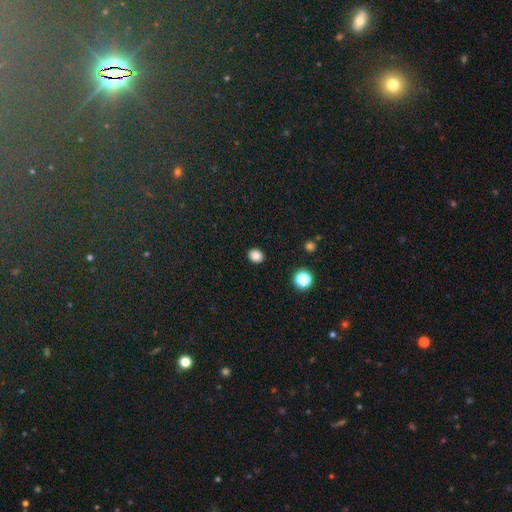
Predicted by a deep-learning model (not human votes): Q: Smooth or featured?
A: smooth (85%); runner-up: star or artifact (12%)
Q: How rounded?
A: round (69%); runner-up: in between (30%)
Q: Merging?
A: none (91%); runner-up: minor disturbance (6%)